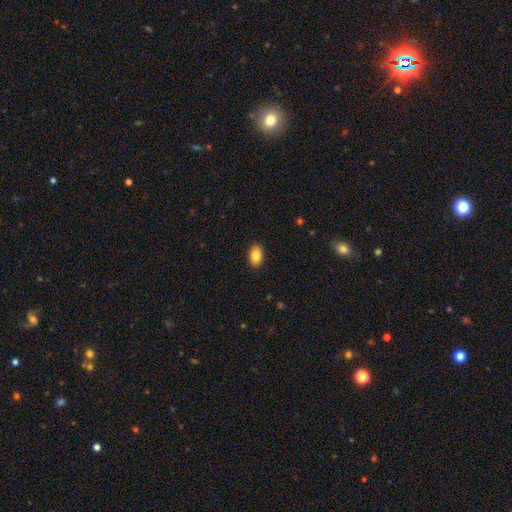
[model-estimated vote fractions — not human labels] A smooth galaxy with no disk features (86%) that is in between round and cigar-shaped (90%).

Vote fractions:
- Smooth or featured? smooth: 86% / star or artifact: 8% / featured or disk: 6%
- How rounded? in between: 90% / round: 9% / cigar-shaped: 2%
- Merging? none: 89% / minor disturbance: 8% / major disturbance: 2% / merger: 1%